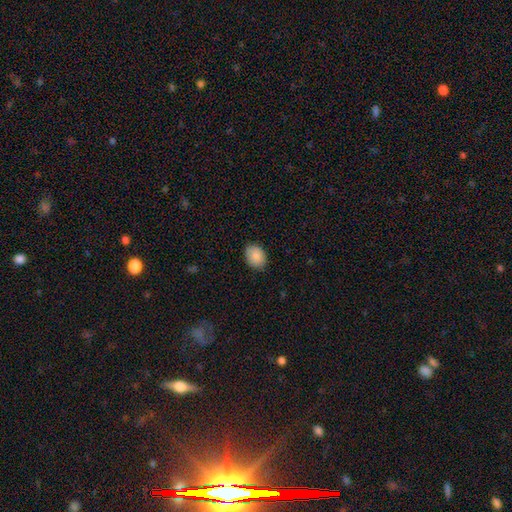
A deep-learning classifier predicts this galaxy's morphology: Smooth or featured? Predicted: smooth (p=0.88). How rounded? Predicted: in between (p=0.60). Merging? Predicted: none (p=0.82).